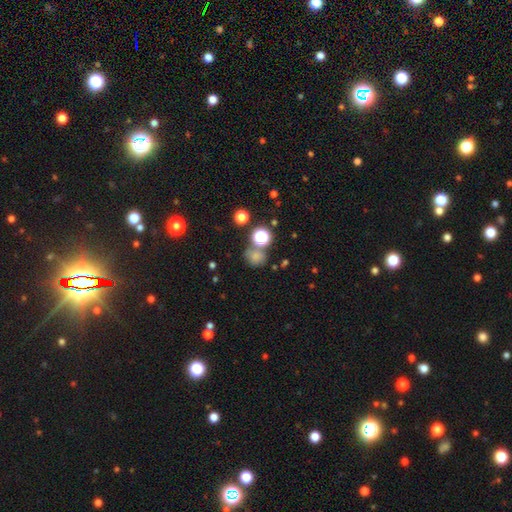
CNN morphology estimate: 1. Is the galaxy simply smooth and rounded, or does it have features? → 67% smooth, 25% star or artifact, 8% featured or disk.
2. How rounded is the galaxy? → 79% round, 20% in between, 1% cigar-shaped.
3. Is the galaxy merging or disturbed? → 62% none, 19% merger, 13% minor disturbance, 6% major disturbance.